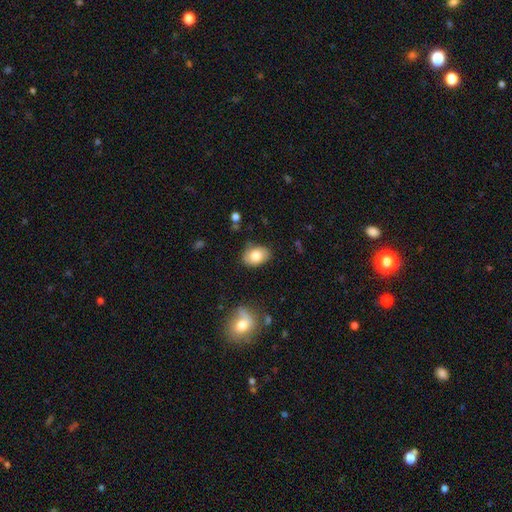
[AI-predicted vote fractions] Overall: smooth (80%). How rounded: in between (80%). Merging: none (81%).